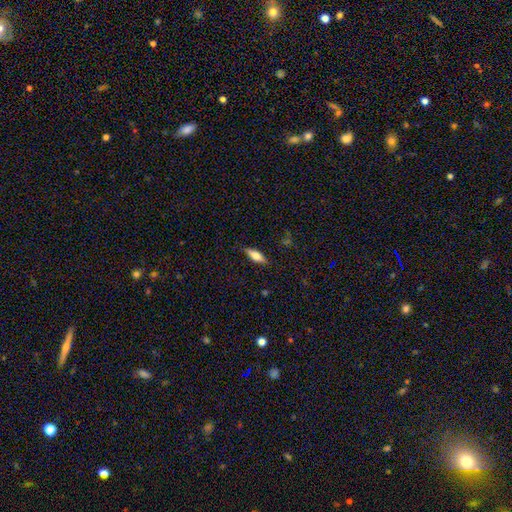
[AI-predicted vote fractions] smooth 66%, featured or disk 27%, star or artifact 7%. Down the decision tree: how rounded — in between (61%); merging — none (86%).